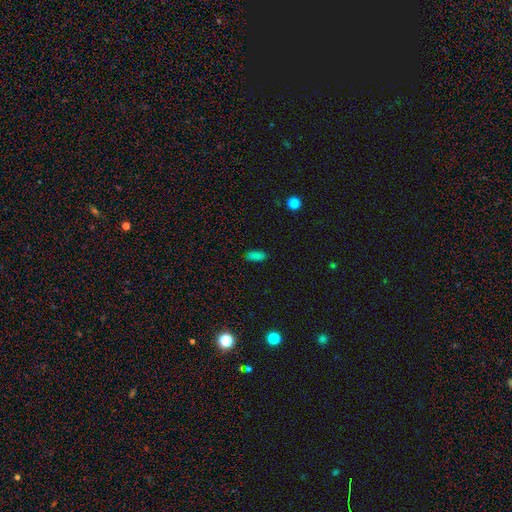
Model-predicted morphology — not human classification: smooth_or_featured: smooth (p=0.82) [alt: star or artifact p=0.14]
how_rounded: in between (p=0.81) [alt: cigar-shaped p=0.16]
merging: none (p=0.87) [alt: minor disturbance p=0.09]